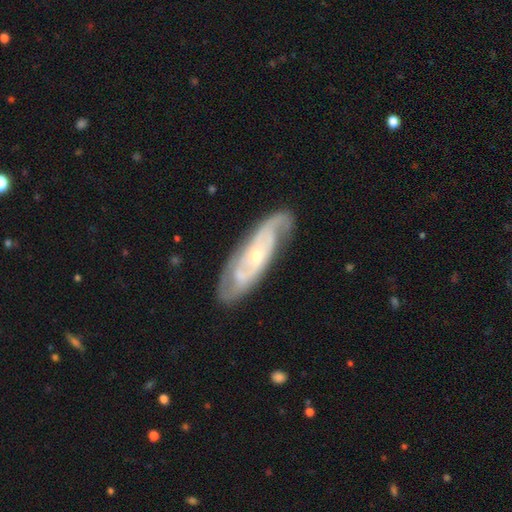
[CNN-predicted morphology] The model was most divided on "spiral winding": tight: 51%, medium: 37%, loose: 12%. More confident: spiral arms — yes (92%); edge-on disk — no (85%); smooth or featured — featured or disk (80%); merging — none (74%); bulge size — small (68%); bar — no (66%); spiral arm count — 2 (51%).